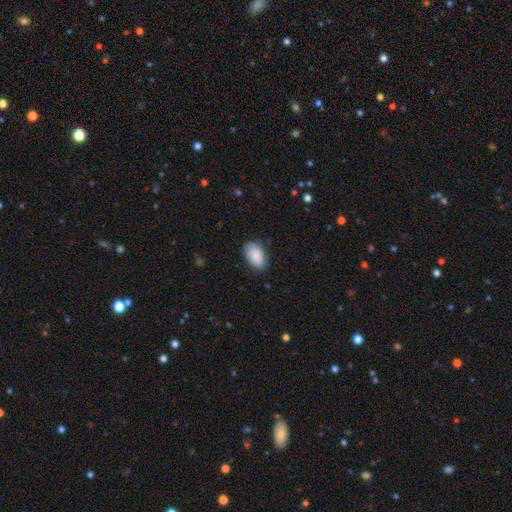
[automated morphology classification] A smooth galaxy with no disk features (89%) that is in between round and cigar-shaped (92%).

Vote fractions:
- Smooth or featured? smooth: 89% / star or artifact: 6% / featured or disk: 5%
- How rounded? in between: 92% / round: 6% / cigar-shaped: 1%
- Merging? none: 78% / minor disturbance: 18% / major disturbance: 3% / merger: 1%